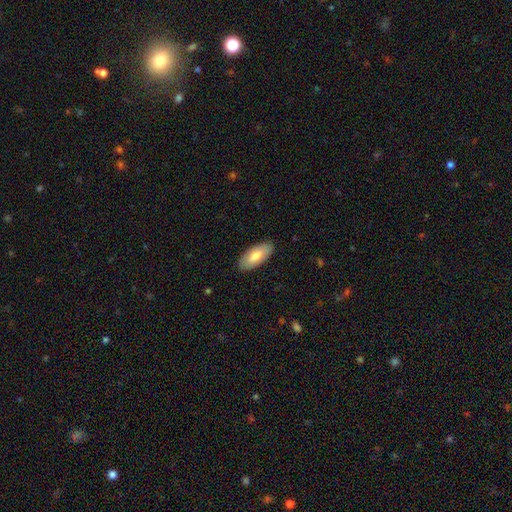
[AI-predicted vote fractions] This is likely a smooth galaxy (73%). How rounded: clearly in between (91%). Merging: clearly none (88%).